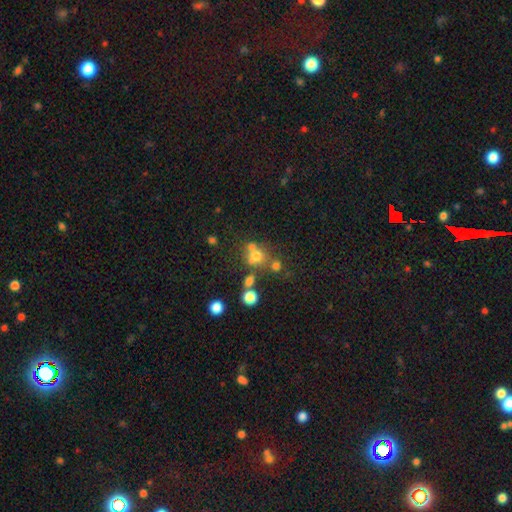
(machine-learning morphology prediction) Smooth or featured: smooth — 62% (star or artifact — 21%)
How rounded: round — 76% (in between — 23%)
Merging: none — 45% (merger — 36%)